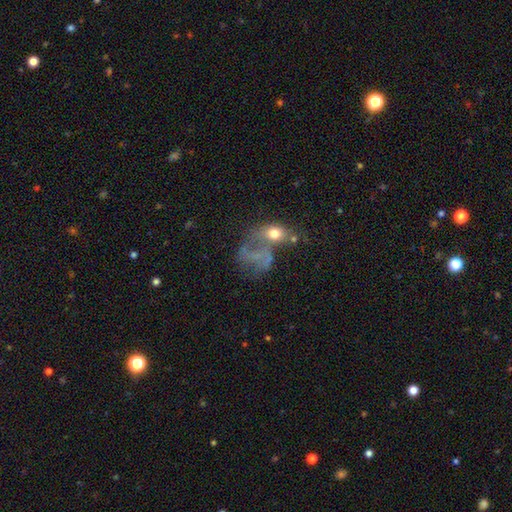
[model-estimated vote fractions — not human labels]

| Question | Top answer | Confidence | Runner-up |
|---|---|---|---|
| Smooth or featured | featured or disk | 50% | smooth (32%) |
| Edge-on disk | no | 97% | yes (3%) |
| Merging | major disturbance | 38% | merger (28%) |